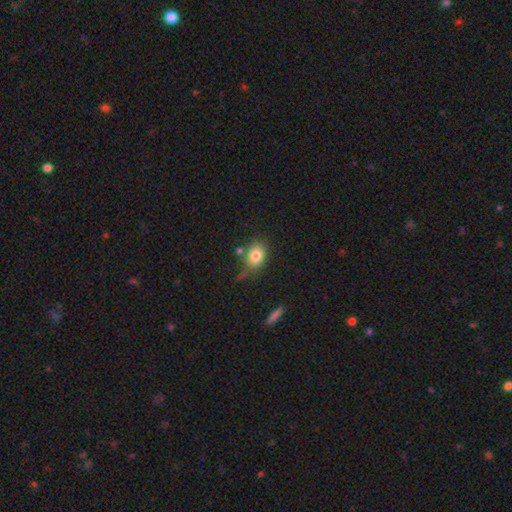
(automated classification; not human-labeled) This appears to be a smooth galaxy with no disk features (81%) that is in between round and cigar-shaped (62%). Merging: none (56%).